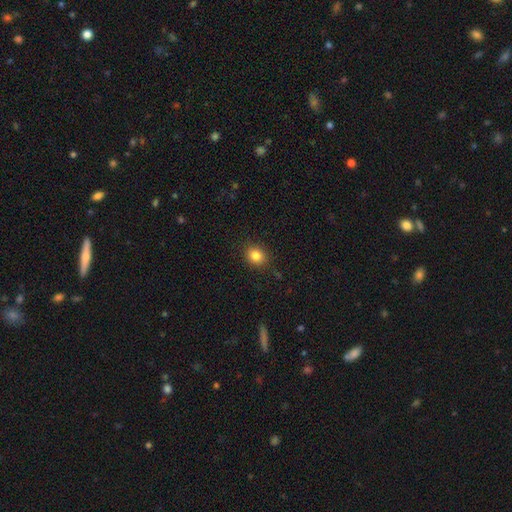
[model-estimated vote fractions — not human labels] smooth-or-featured: smooth: 84% | star or artifact: 11% | featured or disk: 5%
  how-rounded: round: 69% | in between: 30% | cigar-shaped: 1%
  merging: none: 88% | minor disturbance: 8% | major disturbance: 2% | merger: 1%